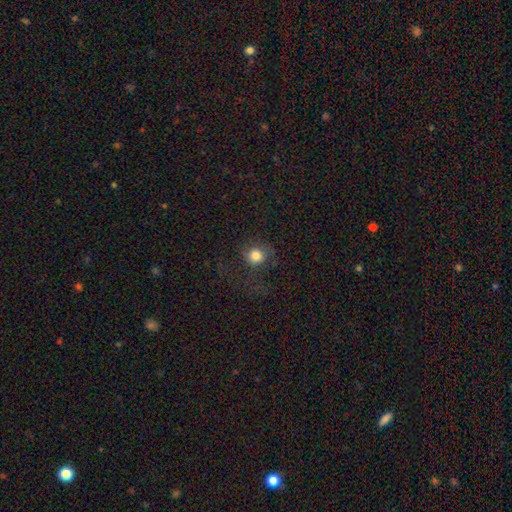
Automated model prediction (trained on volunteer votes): smooth_or_featured: smooth (p=0.79) [alt: star or artifact p=0.12]
how_rounded: round (p=0.89) [alt: in between p=0.10]
merging: none (p=0.61) [alt: major disturbance p=0.20]